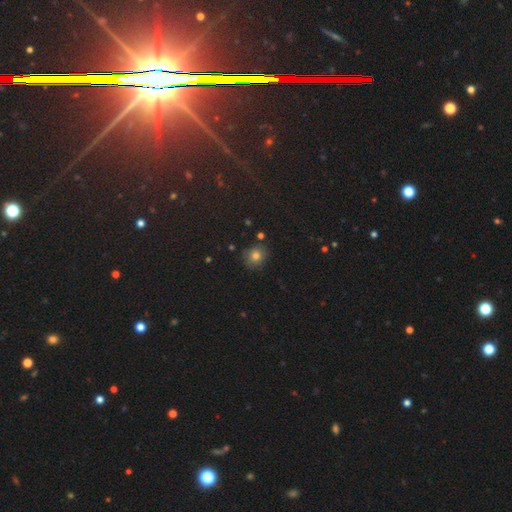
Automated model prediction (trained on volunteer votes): Smooth or featured?
  - smooth: 74% *
  - star or artifact: 17%
  - featured or disk: 10%
How rounded?
  - round: 82% *
  - in between: 17%
  - cigar-shaped: 1%
Merging?
  - none: 80% *
  - minor disturbance: 14%
  - major disturbance: 3%
  - merger: 2%